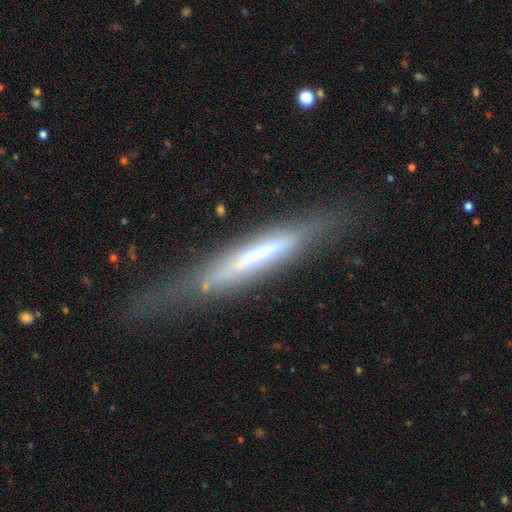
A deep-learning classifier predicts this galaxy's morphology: This is likely a featured or disk galaxy (68%). It is clearly viewed edge-on (89%). Edge-on bulge: possibly rounded (46%). Merging: likely none (66%).